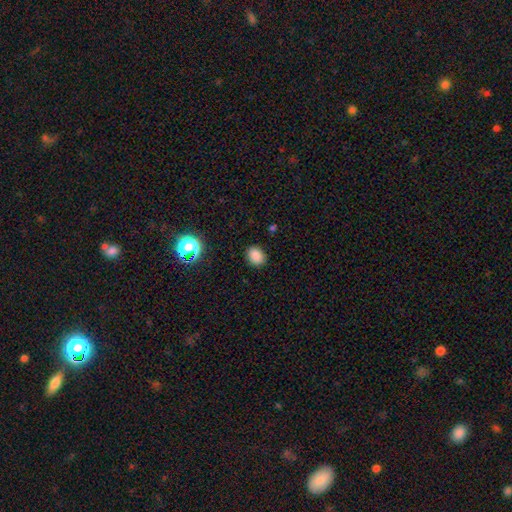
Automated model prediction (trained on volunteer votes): Smooth or featured? Predicted: smooth (p=0.83). How rounded? Predicted: in between (p=0.54). Merging? Predicted: none (p=0.87).